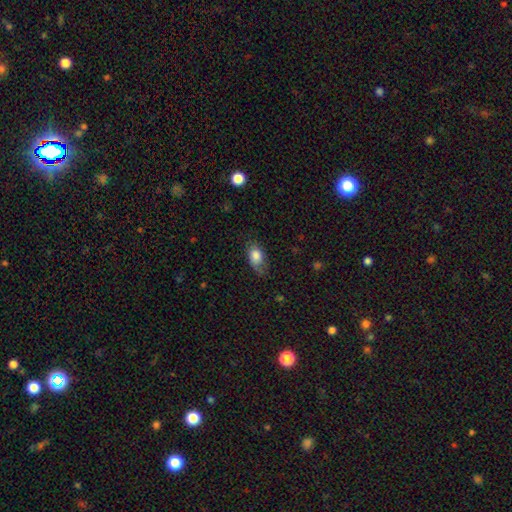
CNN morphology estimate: The model was most divided on "merging": none: 60%, minor disturbance: 29%, major disturbance: 9%, merger: 1%. More confident: how rounded — in between (85%); smooth or featured — smooth (80%).